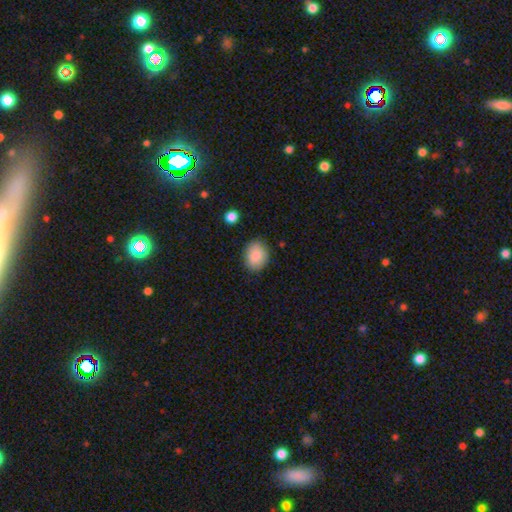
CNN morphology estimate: The model was most divided on "how rounded": in between: 61%, round: 38%, cigar-shaped: 1%. More confident: smooth or featured — smooth (87%); merging — none (83%).